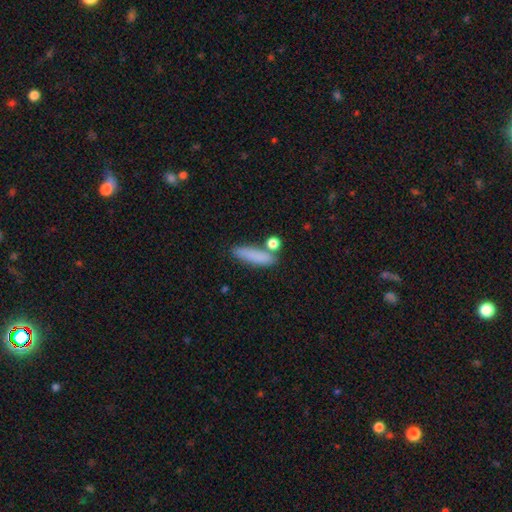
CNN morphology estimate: Q: Smooth or featured?
A: smooth (82%); runner-up: featured or disk (10%)
Q: How rounded?
A: cigar-shaped (67%); runner-up: in between (29%)
Q: Merging?
A: none (71%); runner-up: minor disturbance (13%)